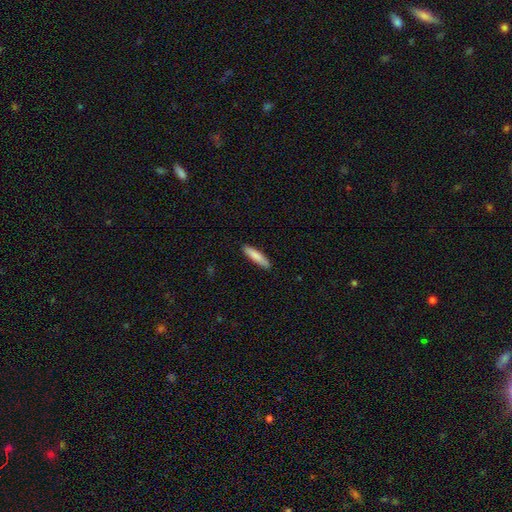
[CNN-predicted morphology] smooth_or_featured: smooth (p=0.84) [alt: featured or disk p=0.10]
how_rounded: cigar-shaped (p=0.81) [alt: in between p=0.18]
merging: none (p=0.89) [alt: minor disturbance p=0.09]